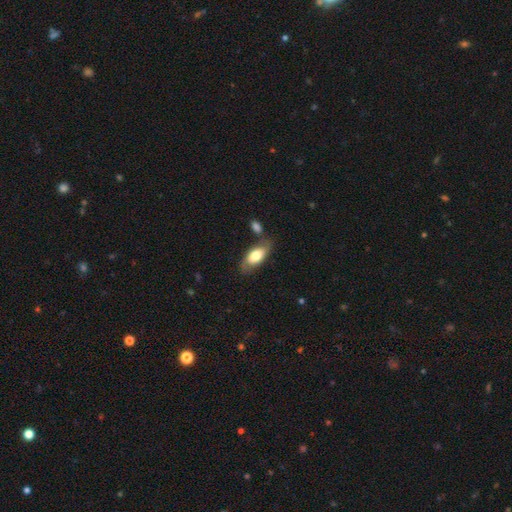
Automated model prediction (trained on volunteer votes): A smooth galaxy with no disk features (70%) that is in between round and cigar-shaped (89%).

Vote fractions:
- Smooth or featured? smooth: 70% / featured or disk: 24% / star or artifact: 6%
- How rounded? in between: 89% / cigar-shaped: 7% / round: 3%
- Merging? none: 64% / minor disturbance: 18% / merger: 13% / major disturbance: 6%